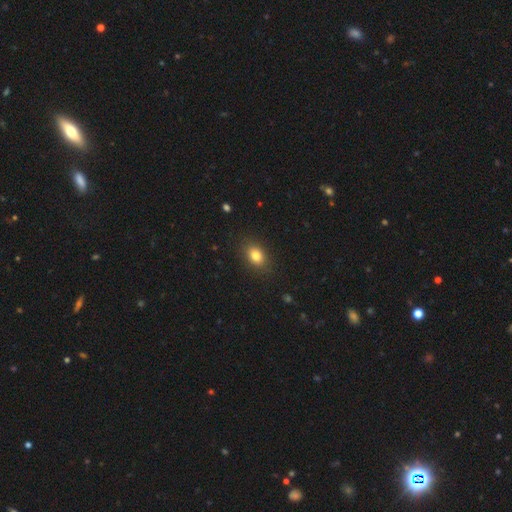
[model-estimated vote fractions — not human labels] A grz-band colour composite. It shows a smooth galaxy with no disk features (81%) that is in between round and cigar-shaped (73%). Merging: none (87%).